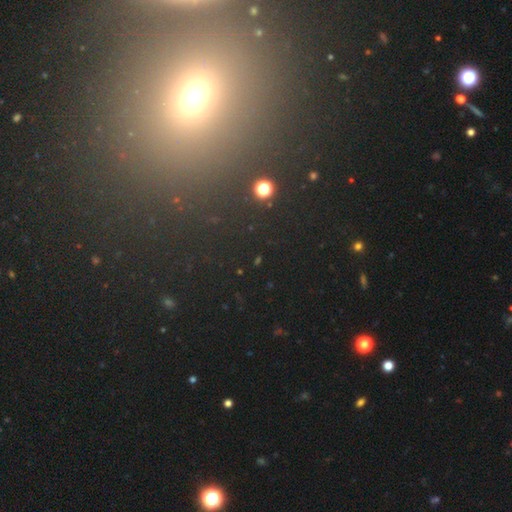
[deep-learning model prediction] This appears to be a star or artifact, not a galaxy (61%).